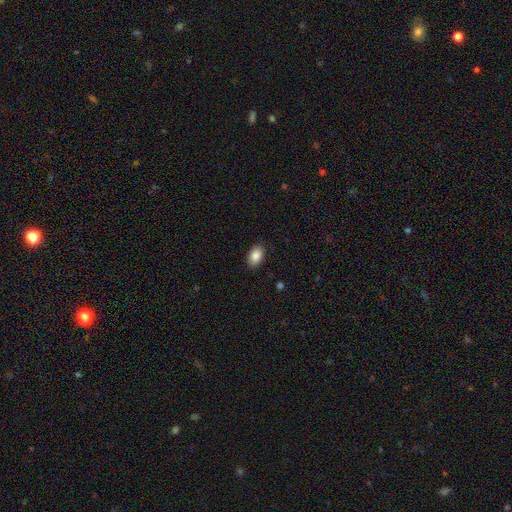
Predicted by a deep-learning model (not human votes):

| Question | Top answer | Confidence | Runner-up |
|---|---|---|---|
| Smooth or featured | smooth | 88% | star or artifact (7%) |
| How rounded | in between | 89% | round (10%) |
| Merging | none | 88% | minor disturbance (8%) |